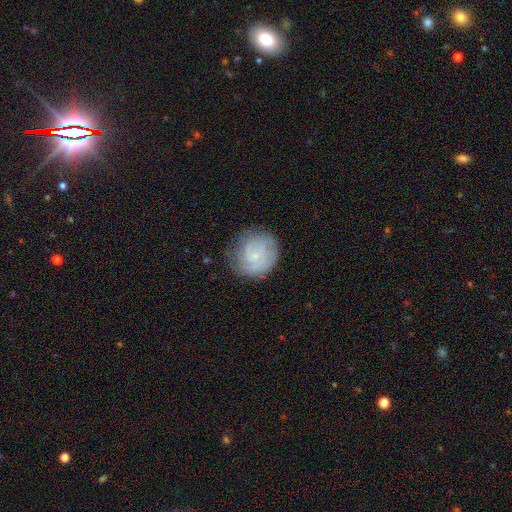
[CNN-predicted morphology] Smooth or featured? Predicted: featured or disk (p=0.62). Edge-on disk? Predicted: no (p=0.98). Bar? Predicted: no (p=0.68). Spiral arms? Predicted: yes (p=0.87). Spiral winding? Predicted: tight (p=0.62). Spiral arm count? Predicted: can't tell (p=0.43). Bulge size? Predicted: small (p=0.76). Merging? Predicted: none (p=0.76).